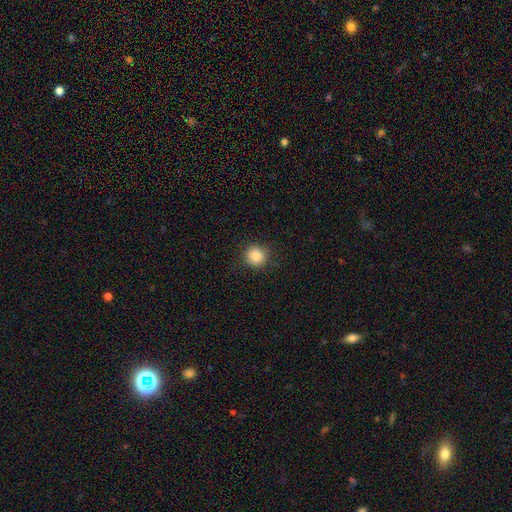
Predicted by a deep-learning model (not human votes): Smooth or featured: smooth — 86% (star or artifact — 10%)
How rounded: round — 93% (in between — 6%)
Merging: none — 88% (minor disturbance — 8%)